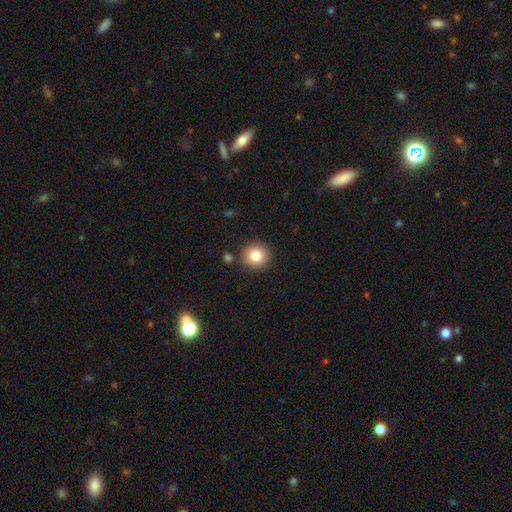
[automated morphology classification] The model was most divided on "smooth or featured": smooth: 82%, star or artifact: 10%, featured or disk: 8%. More confident: how rounded — round (93%); merging — none (88%).